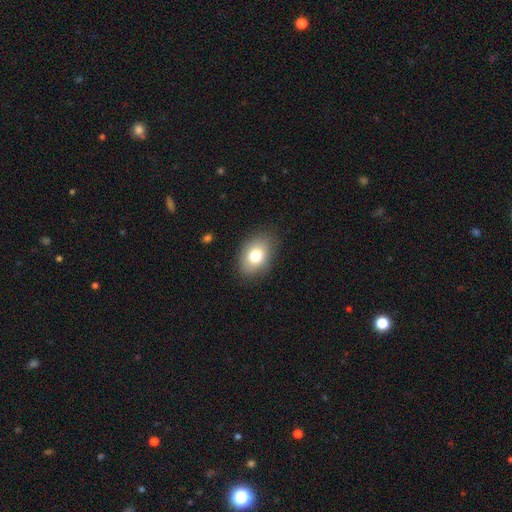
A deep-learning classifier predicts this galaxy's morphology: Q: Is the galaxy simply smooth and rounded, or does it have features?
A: smooth — 77%.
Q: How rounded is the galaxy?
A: in between — 81%.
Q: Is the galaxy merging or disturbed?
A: none — 83%.